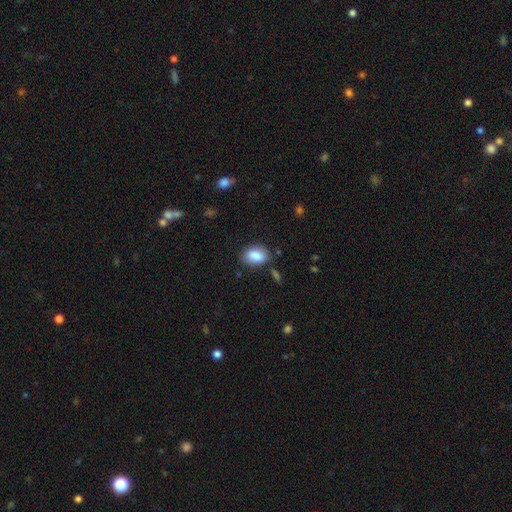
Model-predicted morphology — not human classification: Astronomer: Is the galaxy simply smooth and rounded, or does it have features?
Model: smooth — 86%.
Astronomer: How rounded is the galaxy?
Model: in between — 86%.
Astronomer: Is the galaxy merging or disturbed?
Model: none — 78%.